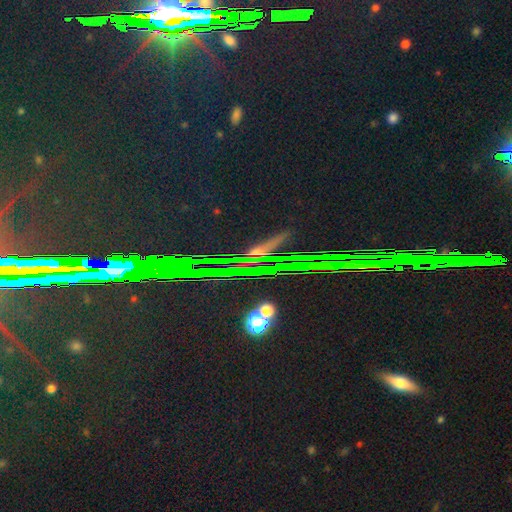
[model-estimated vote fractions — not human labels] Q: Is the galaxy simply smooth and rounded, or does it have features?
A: star or artifact — 72%.